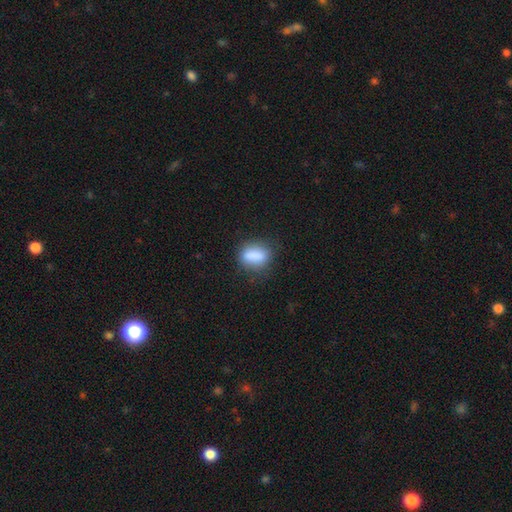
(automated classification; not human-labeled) smooth 84%, star or artifact 8%, featured or disk 8%. Down the decision tree: how rounded — in between (74%); merging — none (75%).